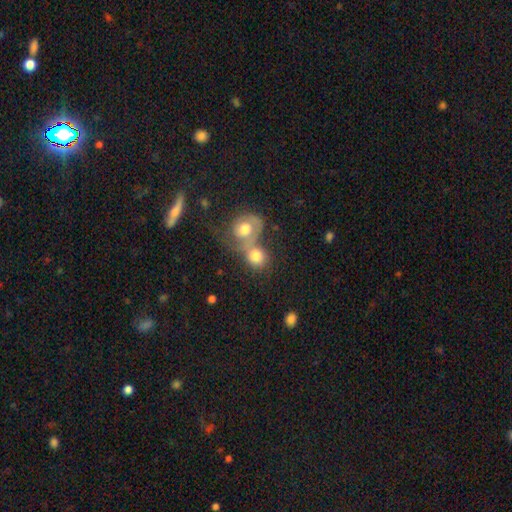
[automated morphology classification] Smooth or featured: smooth — 71% (featured or disk — 20%)
How rounded: round — 76% (in between — 23%)
Merging: merger — 67% (none — 21%)